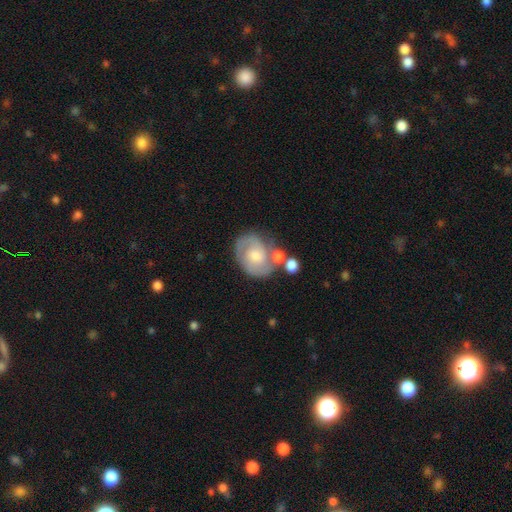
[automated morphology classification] Q: Smooth or featured?
A: featured or disk (67%); runner-up: smooth (26%)
Q: Edge-on disk?
A: no (97%); runner-up: yes (3%)
Q: Bar?
A: no (62%); runner-up: weak (33%)
Q: Spiral arms?
A: yes (86%); runner-up: no (14%)
Q: Spiral winding?
A: medium (43%); runner-up: tight (42%)
Q: Spiral arm count?
A: 2 (74%); runner-up: can't tell (13%)
Q: Bulge size?
A: moderate (49%); runner-up: small (35%)
Q: Merging?
A: none (55%); runner-up: minor disturbance (18%)